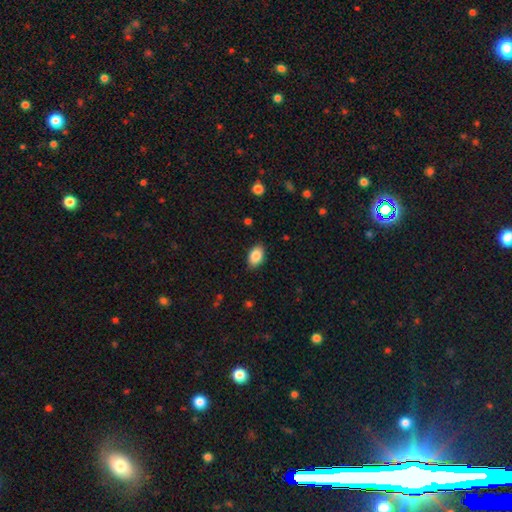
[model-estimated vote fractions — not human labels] smooth-or-featured: smooth: 87% | star or artifact: 7% | featured or disk: 6%
  how-rounded: in between: 90% | round: 8% | cigar-shaped: 1%
  merging: none: 86% | minor disturbance: 10% | major disturbance: 2% | merger: 1%